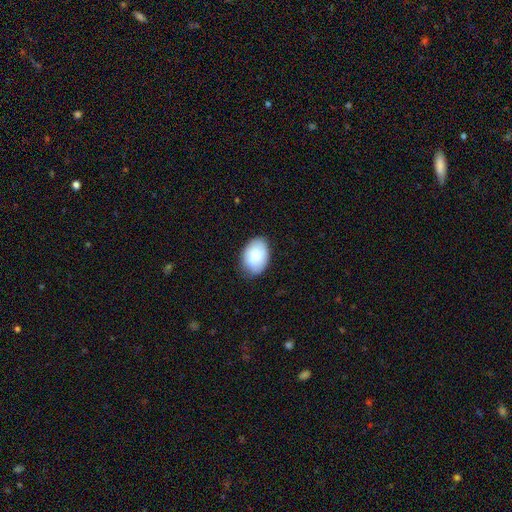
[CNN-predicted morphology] This appears to be a smooth galaxy with no disk features (82%) that is in between round and cigar-shaped (84%). Merging: none (82%).